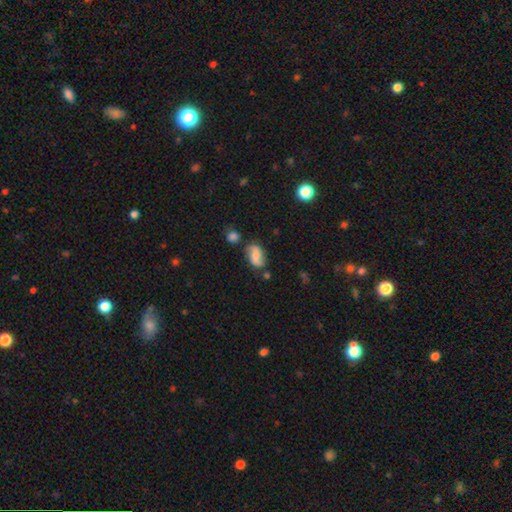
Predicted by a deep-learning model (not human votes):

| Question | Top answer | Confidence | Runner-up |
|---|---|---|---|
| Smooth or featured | smooth | 49% | featured or disk (41%) |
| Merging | none | 61% | minor disturbance (22%) |